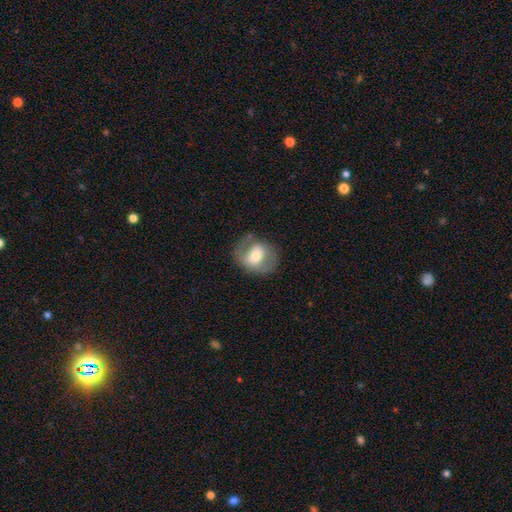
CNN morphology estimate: featured or disk 53%, smooth 41%, star or artifact 7%. Down the decision tree: edge-on disk — no (95%); merging — none (68%).